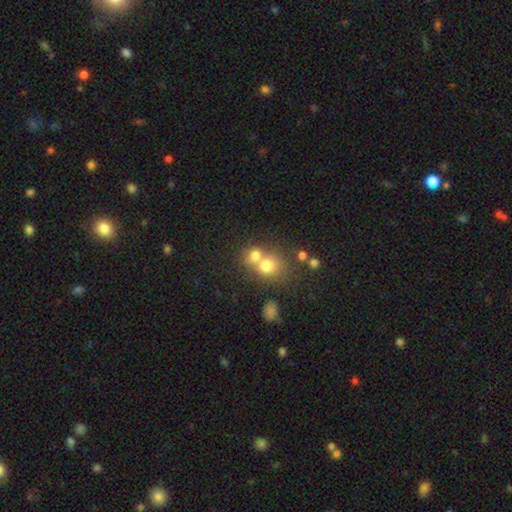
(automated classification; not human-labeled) This appears to be a smooth galaxy with no disk features (72%) that is round (68%). Merging: merger (59%).